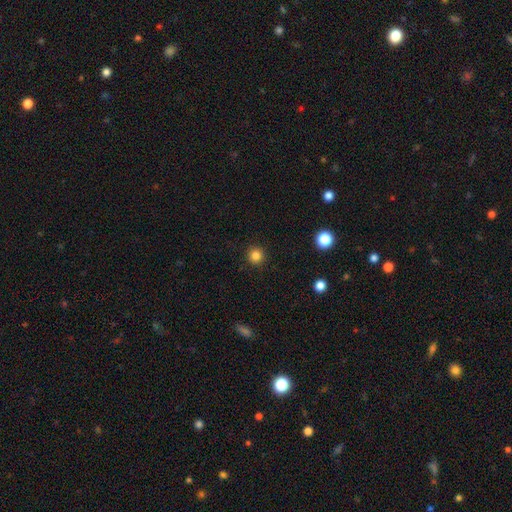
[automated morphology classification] type=smooth (84%); roundness=round (95%); merging=none (92%).